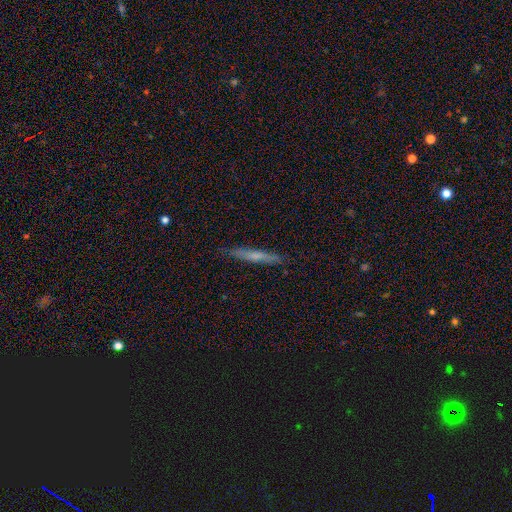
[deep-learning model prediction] This appears to be a smooth galaxy with no disk features (50%) that is cigar-shaped (95%). Merging: none (88%).